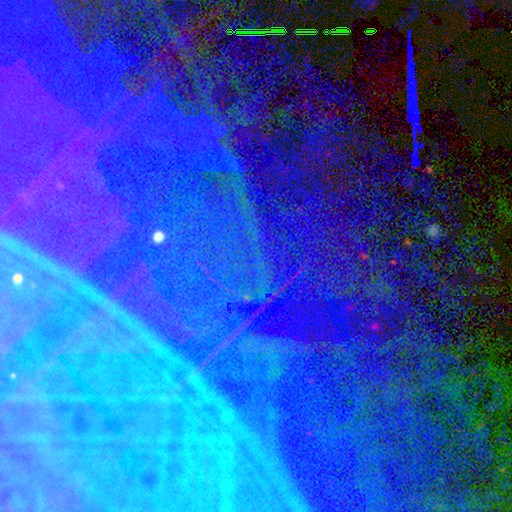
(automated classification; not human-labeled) Q: Smooth or featured?
A: star or artifact (75%); runner-up: featured or disk (15%)